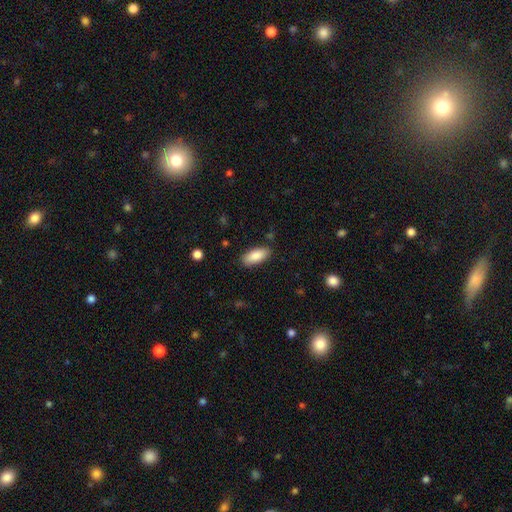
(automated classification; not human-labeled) Overall: smooth (87%). How rounded: in between (84%). Merging: none (85%).